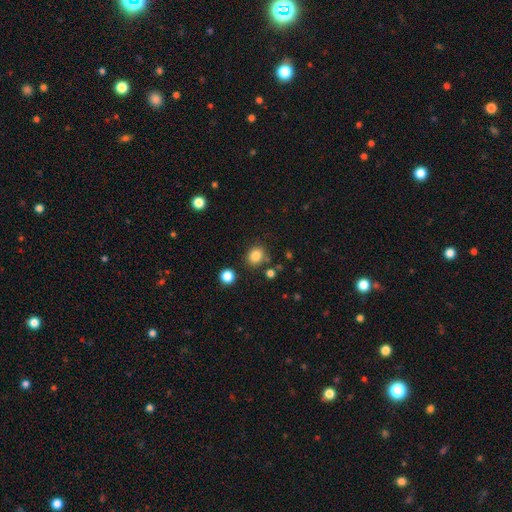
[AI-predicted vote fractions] The model was most divided on "how rounded": round: 69%, in between: 30%, cigar-shaped: 1%. More confident: smooth or featured — smooth (83%); merging — none (79%).